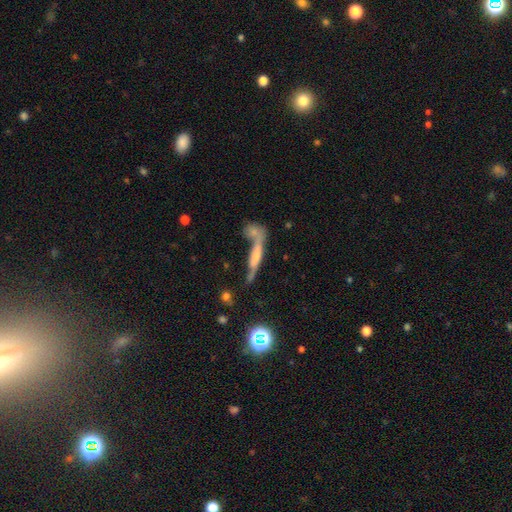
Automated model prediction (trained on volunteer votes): Morphology: type=featured or disk (41%); merging=none (40%).